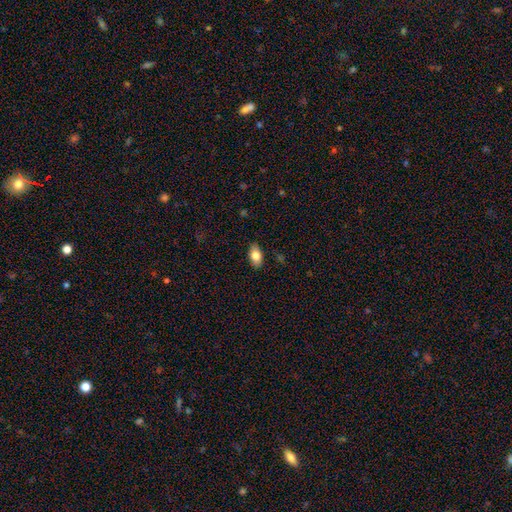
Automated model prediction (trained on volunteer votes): Smooth or featured: smooth — 80% (featured or disk — 13%)
How rounded: in between — 90% (round — 6%)
Merging: none — 86% (minor disturbance — 11%)